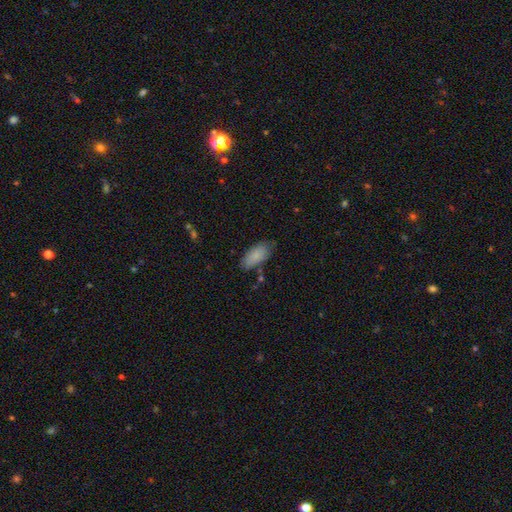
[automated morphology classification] smooth-or-featured: smooth: 86% | featured or disk: 7% | star or artifact: 6%
  how-rounded: in between: 89% | cigar-shaped: 9% | round: 2%
  merging: none: 75% | minor disturbance: 19% | major disturbance: 4% | merger: 3%